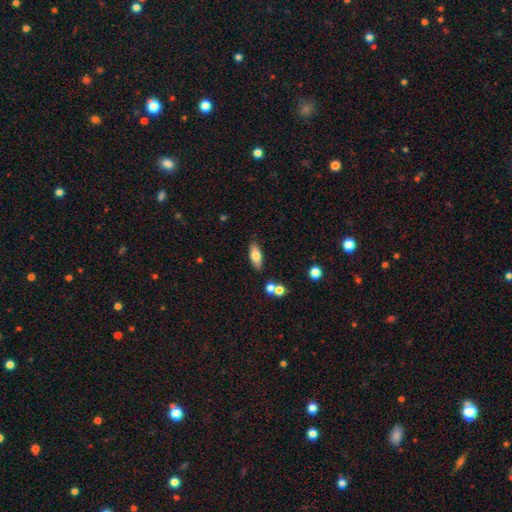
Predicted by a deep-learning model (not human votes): The model was most divided on "smooth or featured": smooth: 72%, featured or disk: 21%, star or artifact: 7%. More confident: merging — none (82%); how rounded — in between (76%).